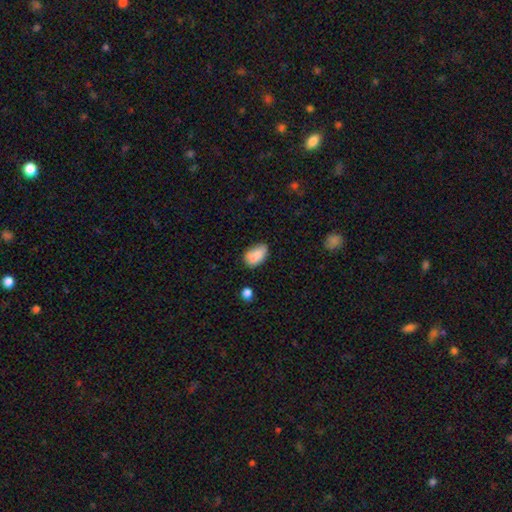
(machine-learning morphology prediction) smooth_or_featured: smooth (p=0.82) [alt: featured or disk p=0.10]
how_rounded: in between (p=0.90) [alt: round p=0.07]
merging: none (p=0.60) [alt: minor disturbance p=0.28]